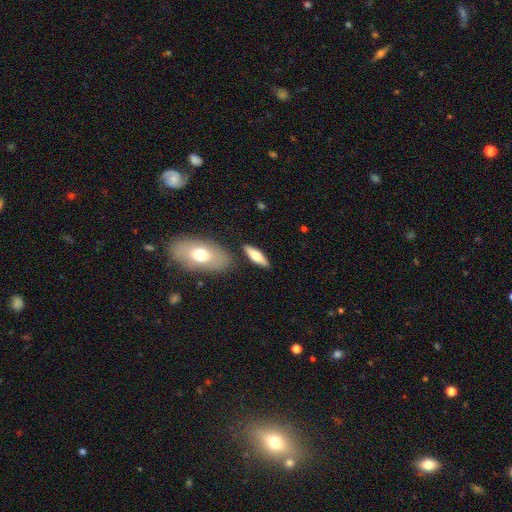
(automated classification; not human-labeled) Smooth or featured? Predicted: smooth (p=0.65). How rounded? Predicted: cigar-shaped (p=0.51). Merging? Predicted: none (p=0.82).